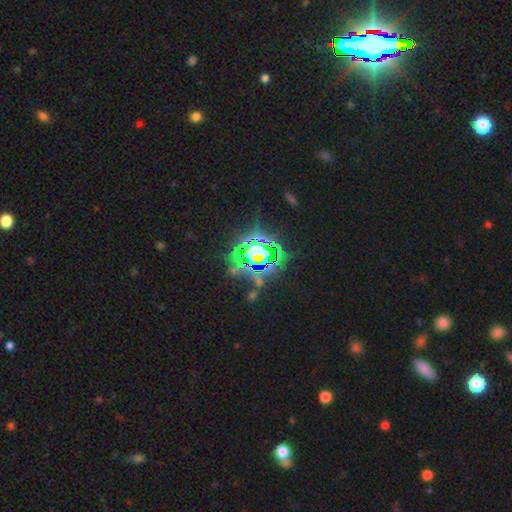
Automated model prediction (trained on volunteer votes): This appears to be a star or artifact, not a galaxy (78%).